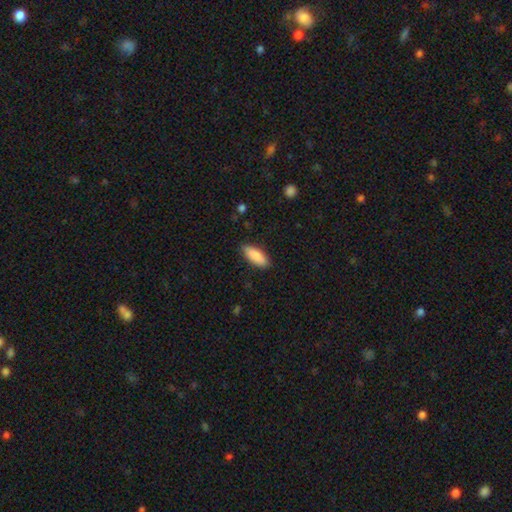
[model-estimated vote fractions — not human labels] smooth 87%, featured or disk 7%, star or artifact 6%. Down the decision tree: how rounded — in between (72%); merging — none (88%).